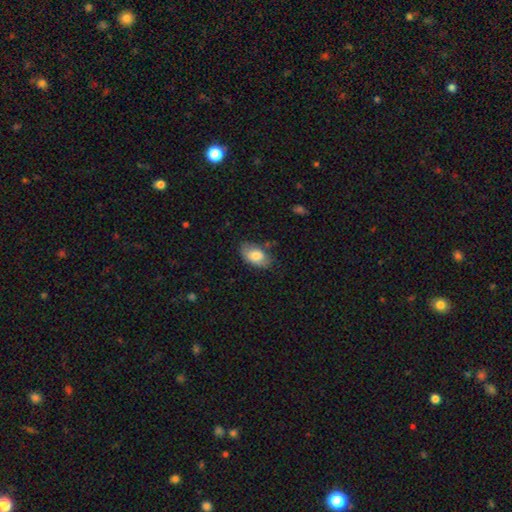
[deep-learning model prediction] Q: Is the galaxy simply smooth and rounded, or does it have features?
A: smooth — 77%.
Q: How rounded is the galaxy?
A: in between — 93%.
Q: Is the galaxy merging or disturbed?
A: none — 71%.